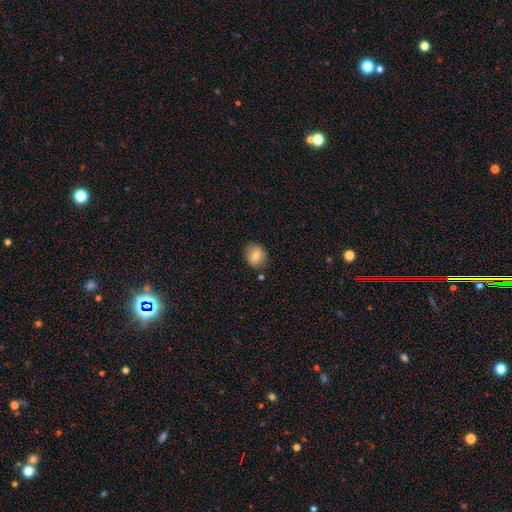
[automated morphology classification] A smooth galaxy with no disk features (78%) that is round (72%).

Vote fractions:
- Smooth or featured? smooth: 78% / featured or disk: 13% / star or artifact: 9%
- How rounded? round: 72% / in between: 27% / cigar-shaped: 1%
- Merging? none: 82% / minor disturbance: 12% / merger: 3% / major disturbance: 3%